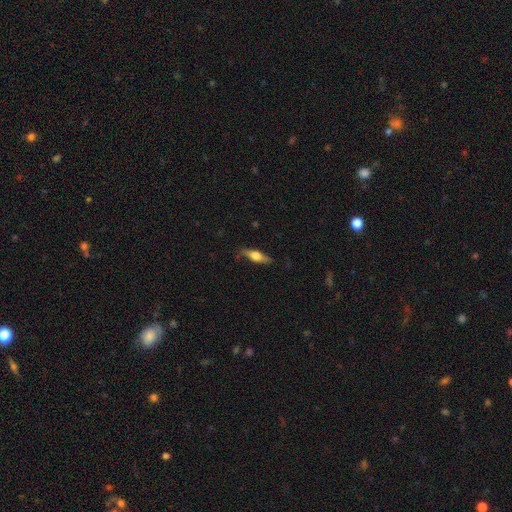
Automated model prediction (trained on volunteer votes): This appears to be a featured or disk galaxy (49%). Merging: none (80%).